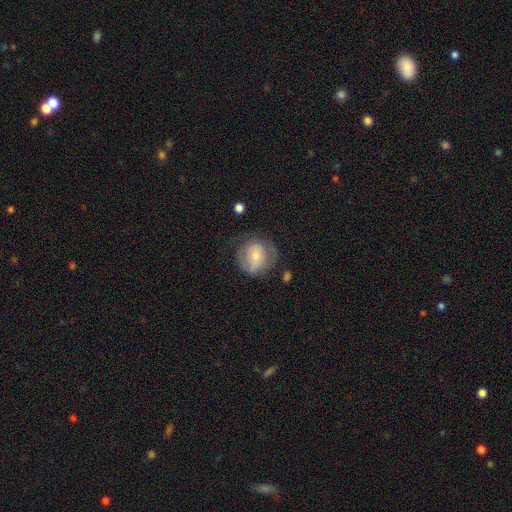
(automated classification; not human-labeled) smooth-or-featured: smooth: 55% | featured or disk: 38% | star or artifact: 7%
  how-rounded: round: 81% | in between: 18% | cigar-shaped: 1%
  merging: none: 55% | minor disturbance: 25% | major disturbance: 18% | merger: 2%